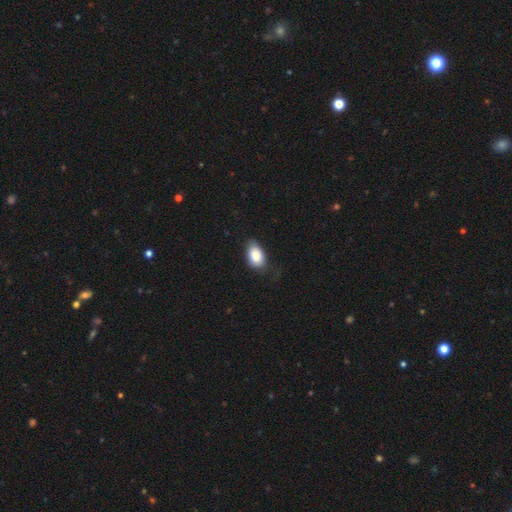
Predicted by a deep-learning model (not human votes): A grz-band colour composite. It shows a smooth galaxy with no disk features (86%) that is in between round and cigar-shaped (90%). Merging: none (64%).